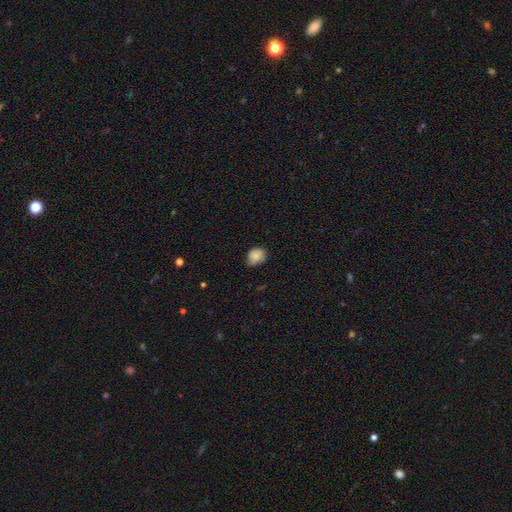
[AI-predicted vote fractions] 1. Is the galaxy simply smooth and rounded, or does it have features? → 84% smooth, 9% star or artifact, 7% featured or disk.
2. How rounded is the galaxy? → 50% round, 49% in between, 1% cigar-shaped.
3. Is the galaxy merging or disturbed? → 57% none, 36% minor disturbance, 6% major disturbance, 2% merger.